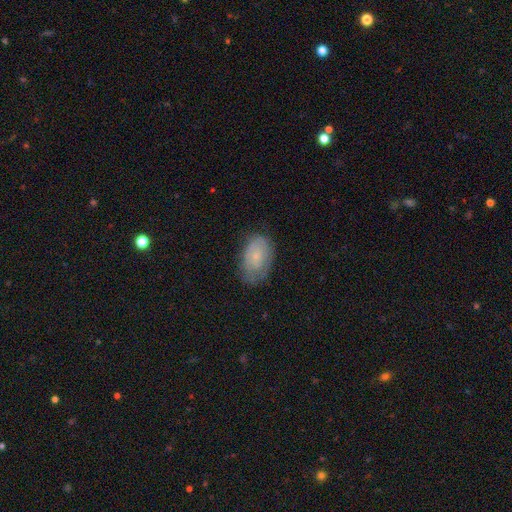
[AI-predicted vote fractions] Q: Smooth or featured?
A: smooth (58%); runner-up: featured or disk (35%)
Q: How rounded?
A: in between (90%); runner-up: round (9%)
Q: Merging?
A: none (64%); runner-up: minor disturbance (27%)